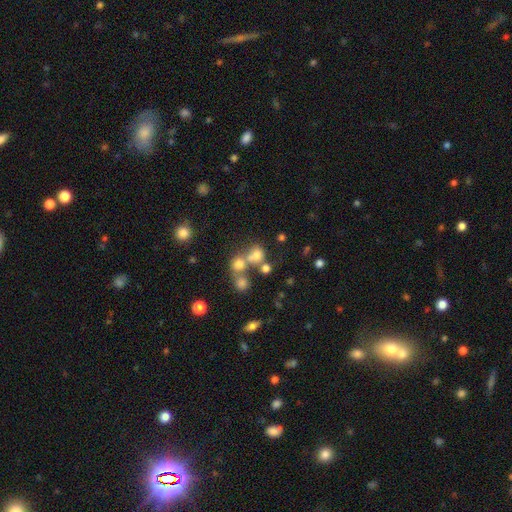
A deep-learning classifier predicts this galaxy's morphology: Overall: smooth (65%). How rounded: round (73%). Merging: merger (44%; none 40%).